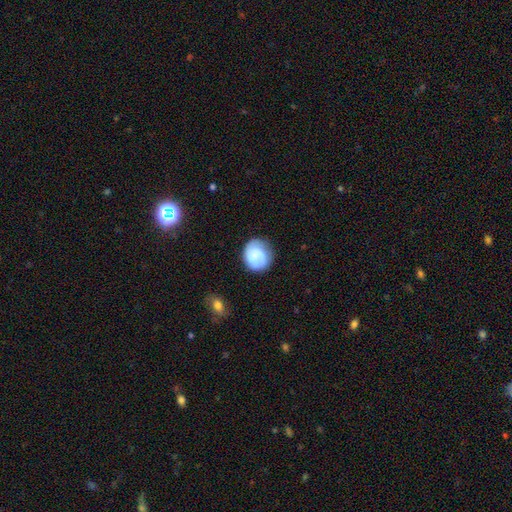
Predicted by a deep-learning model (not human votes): Morphology: type=smooth (75%); roundness=round (79%); merging=none (72%).